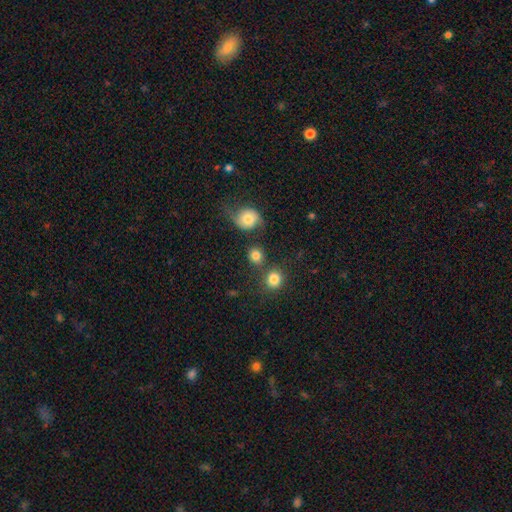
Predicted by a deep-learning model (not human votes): A smooth galaxy with no disk features (83%) that is round (85%). Merging: none (69%).